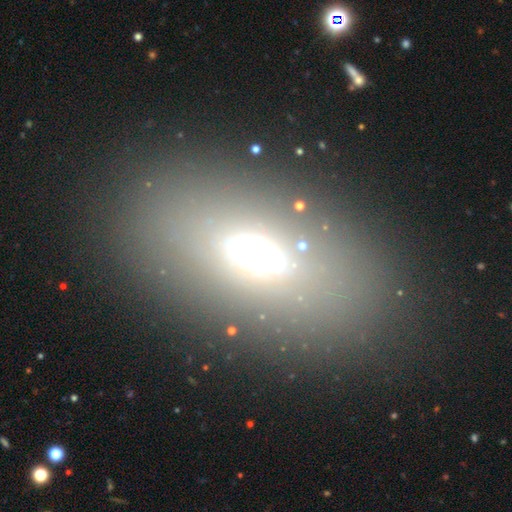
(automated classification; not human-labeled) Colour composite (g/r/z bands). It shows a smooth galaxy with no disk features (58%) that is in between round and cigar-shaped (84%). Merging: none (81%).